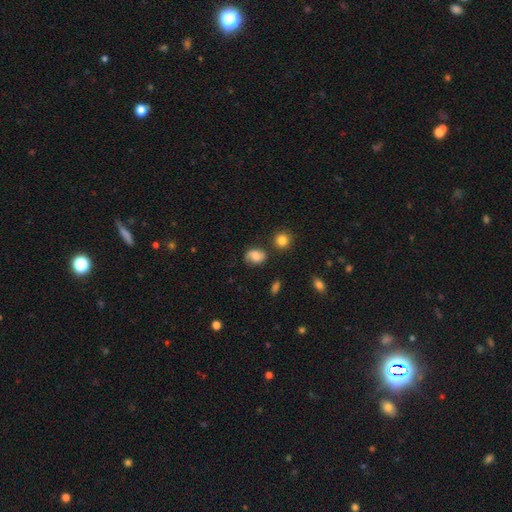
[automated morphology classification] Smooth or featured? smooth (62%)
How rounded? in between (63%)
Merging? none (66%)